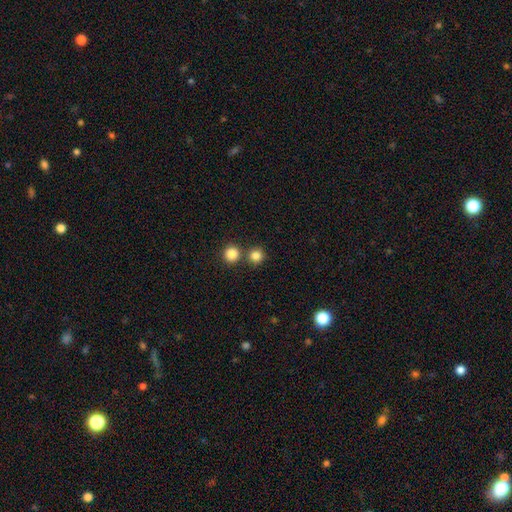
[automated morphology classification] Overall: smooth (83%). How rounded: round (92%). Merging: none (72%).